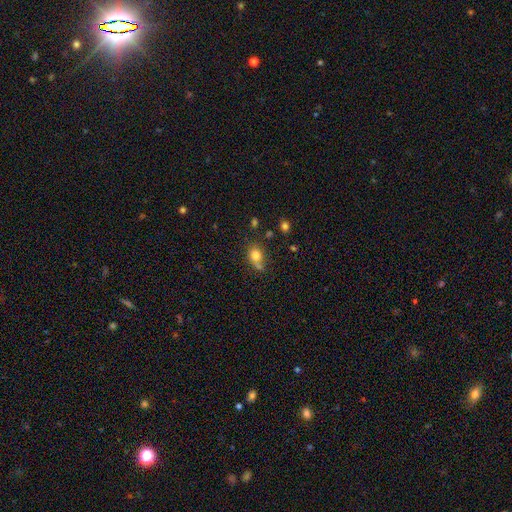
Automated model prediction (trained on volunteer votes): smooth_or_featured: smooth (p=0.78) [alt: star or artifact p=0.12]
how_rounded: round (p=0.52) [alt: in between p=0.46]
merging: none (p=0.50) [alt: minor disturbance p=0.21]